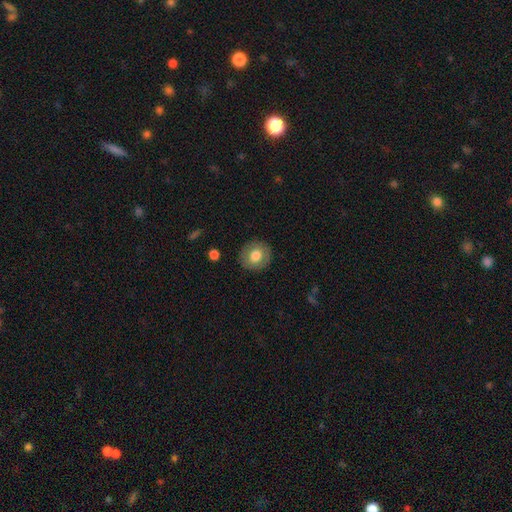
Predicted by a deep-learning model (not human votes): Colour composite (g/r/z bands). It shows a smooth galaxy with no disk features (72%) that is round (87%). Merging: none (88%).